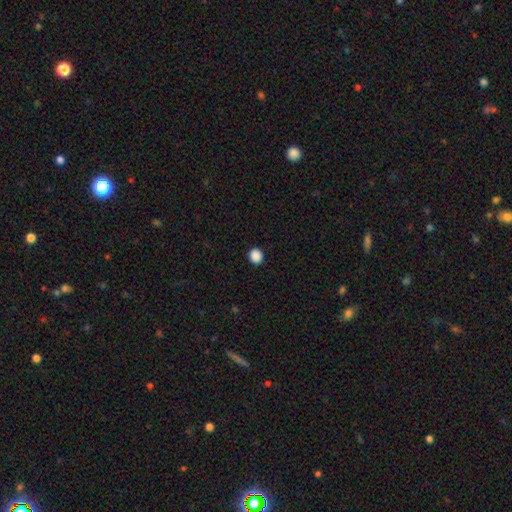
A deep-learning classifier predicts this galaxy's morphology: Smooth or featured?
  - smooth: 88% *
  - star or artifact: 10%
  - featured or disk: 2%
How rounded?
  - round: 87% *
  - in between: 12%
  - cigar-shaped: 1%
Merging?
  - none: 93% *
  - minor disturbance: 5%
  - major disturbance: 2%
  - merger: 1%